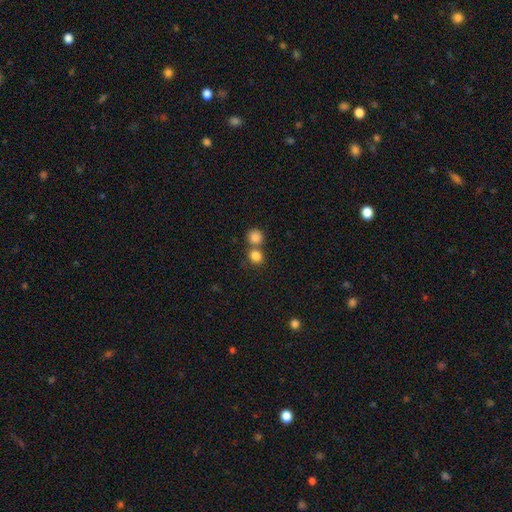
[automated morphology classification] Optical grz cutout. It shows a smooth galaxy with no disk features (83%) that is round (82%). Merging: none (51%).